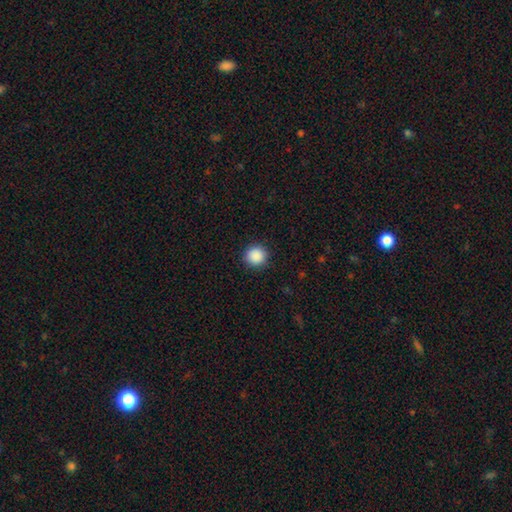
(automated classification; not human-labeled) Q: Smooth or featured?
A: smooth (89%); runner-up: star or artifact (9%)
Q: How rounded?
A: round (94%); runner-up: in between (5%)
Q: Merging?
A: none (92%); runner-up: minor disturbance (5%)